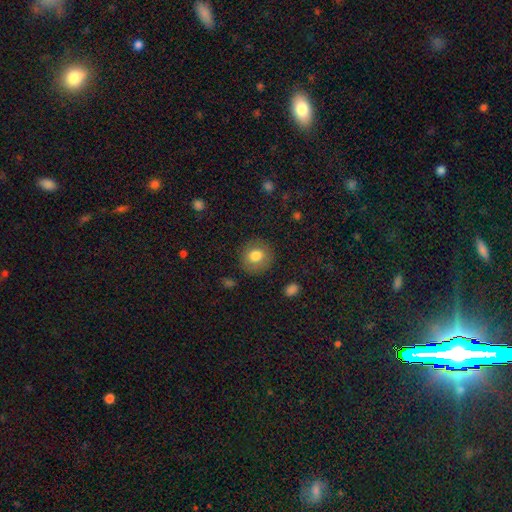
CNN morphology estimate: Smooth or featured: smooth — 79% (featured or disk — 12%)
How rounded: round — 88% (in between — 11%)
Merging: none — 86% (minor disturbance — 9%)